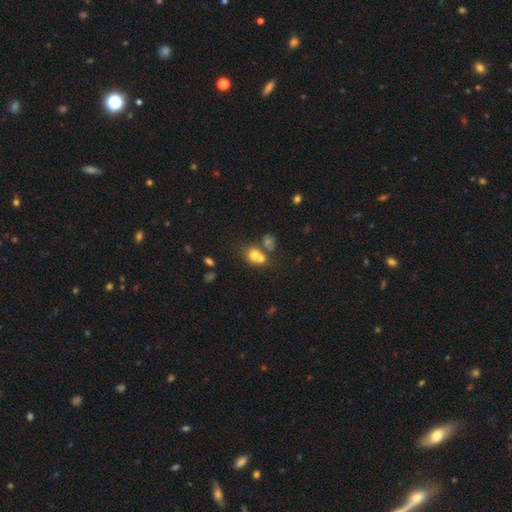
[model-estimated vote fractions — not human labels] Q: Smooth or featured?
A: smooth (66%); runner-up: featured or disk (18%)
Q: How rounded?
A: round (74%); runner-up: in between (24%)
Q: Merging?
A: merger (52%); runner-up: none (35%)